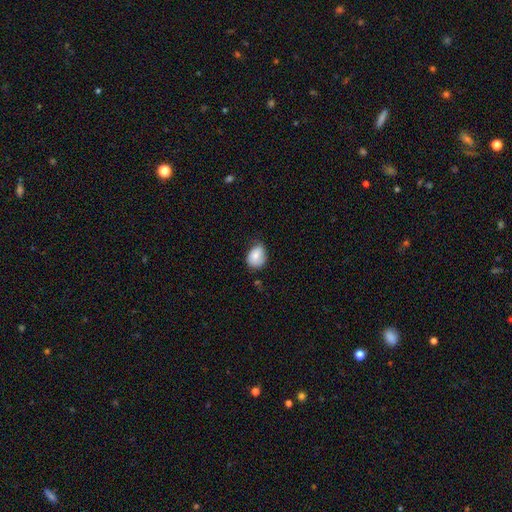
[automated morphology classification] Smooth or featured? smooth (79%)
How rounded? in between (59%)
Merging? none (54%)